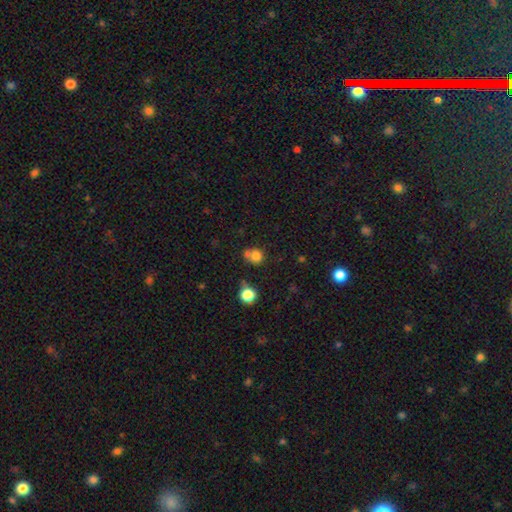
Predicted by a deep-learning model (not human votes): A smooth galaxy with no disk features (77%) that is round (83%).

Vote fractions:
- Smooth or featured? smooth: 77% / star or artifact: 14% / featured or disk: 9%
- How rounded? round: 83% / in between: 16% / cigar-shaped: 1%
- Merging? none: 52% / merger: 28% / minor disturbance: 15% / major disturbance: 6%